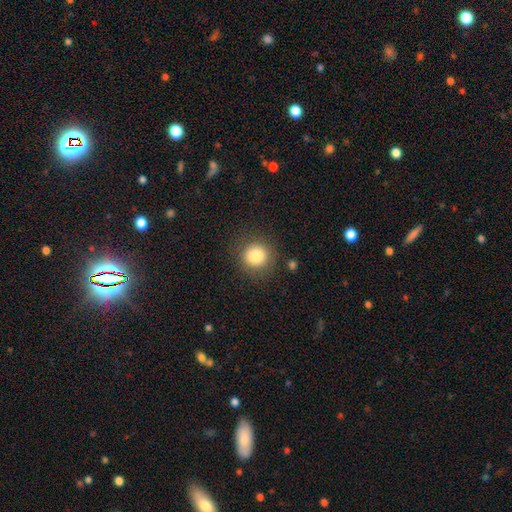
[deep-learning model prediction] A smooth galaxy with no disk features (83%) that is round (92%). Merging: none (86%).